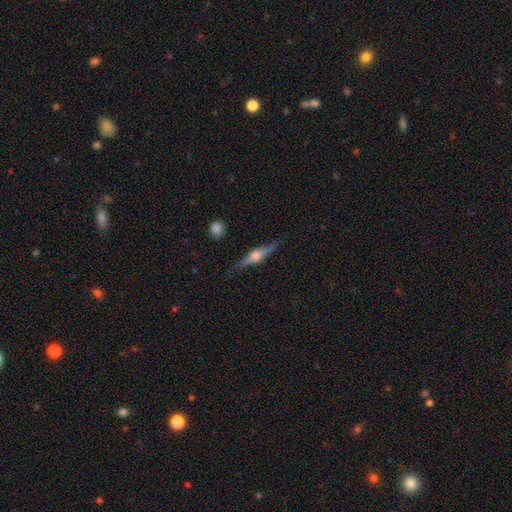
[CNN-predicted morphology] smooth-or-featured: featured or disk: 72% | smooth: 22% | star or artifact: 6%
  disk-edge-on: yes: 96% | no: 4%
    edge-on-bulge: rounded: 90% | boxy: 8% | none: 3%
  merging: none: 83% | minor disturbance: 12% | major disturbance: 3% | merger: 2%